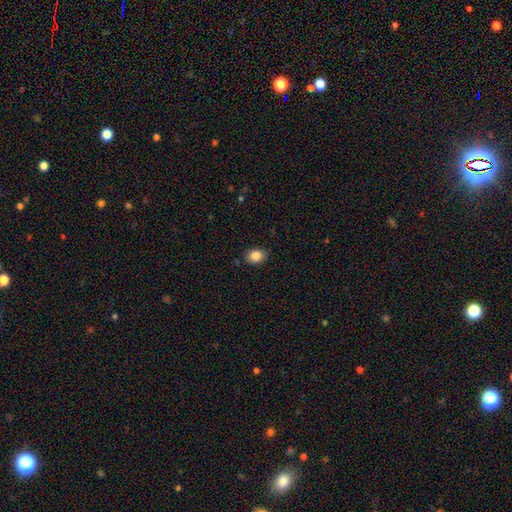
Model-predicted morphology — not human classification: The model was most divided on "how rounded": in between: 60%, round: 39%, cigar-shaped: 1%. More confident: merging — none (86%); smooth or featured — smooth (85%).